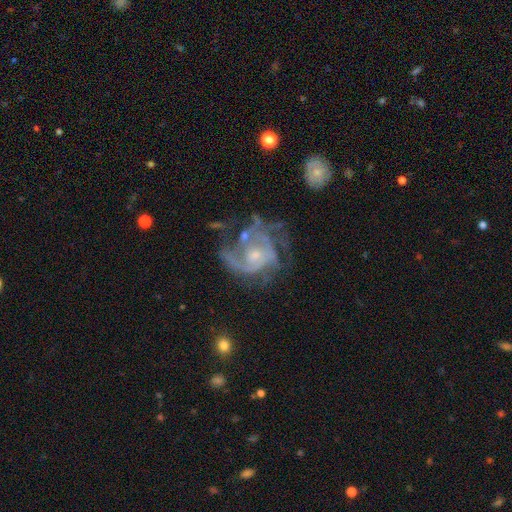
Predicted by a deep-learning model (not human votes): This appears to be a featured or disk galaxy (85%) with no bar (71%), medium (43%) spiral arms (90%) and a small central bulge (61%). Merging: none (42%).